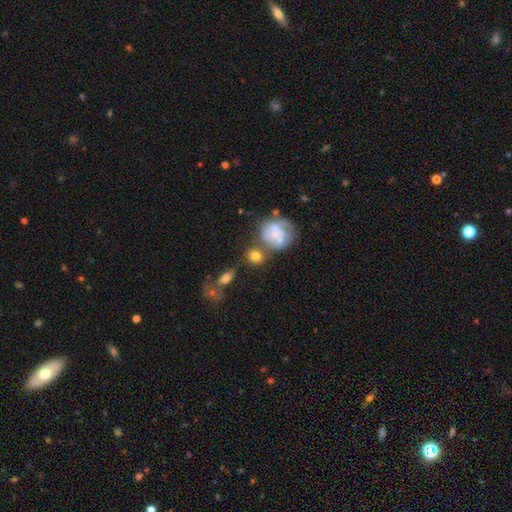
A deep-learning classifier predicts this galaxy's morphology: Smooth or featured: smooth — 43% (featured or disk — 41%)
Merging: none — 45% (merger — 27%)